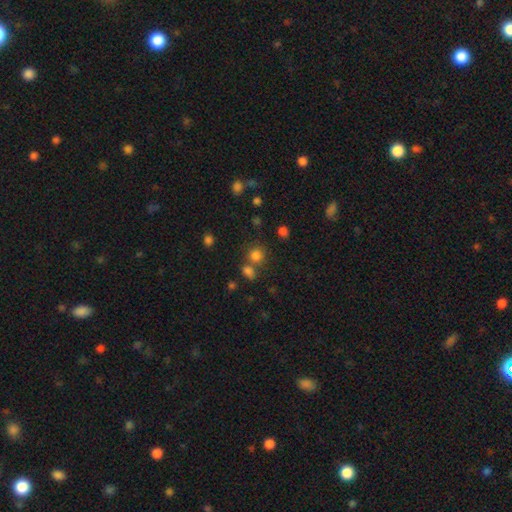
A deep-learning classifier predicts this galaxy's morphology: Overall: smooth (78%). How rounded: round (85%). Merging: none (62%; merger 25%).